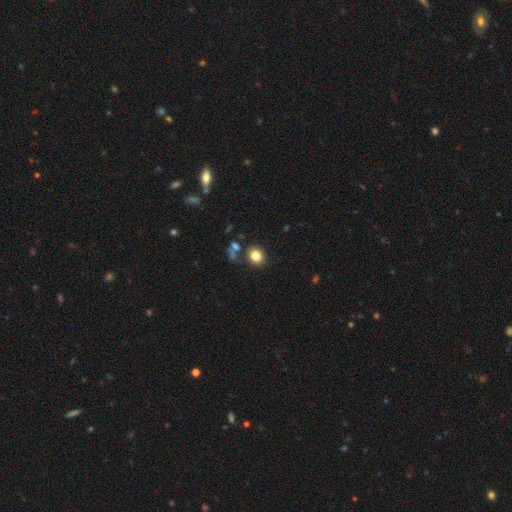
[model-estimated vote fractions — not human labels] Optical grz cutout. It shows a smooth galaxy with no disk features (80%) that is round (72%). Merging: none (76%).